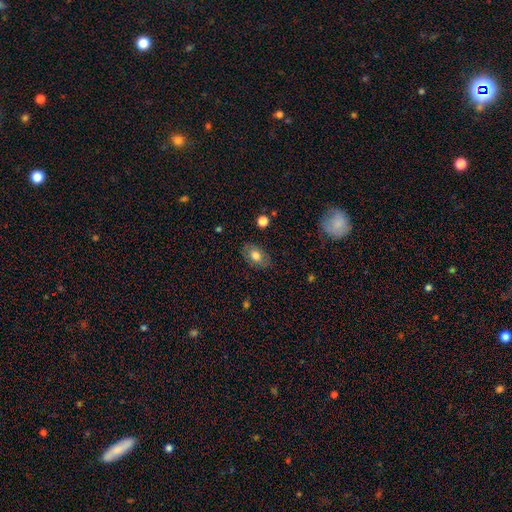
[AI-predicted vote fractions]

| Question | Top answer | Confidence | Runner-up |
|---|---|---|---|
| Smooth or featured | smooth | 71% | featured or disk (21%) |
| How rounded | in between | 86% | round (12%) |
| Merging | none | 81% | minor disturbance (14%) |